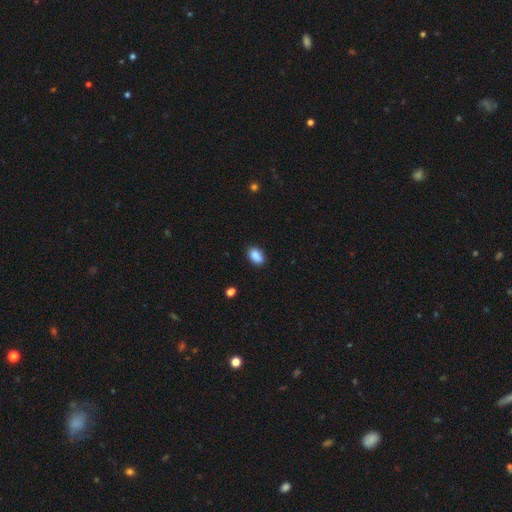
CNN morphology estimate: smooth 88%, star or artifact 8%, featured or disk 4%. Down the decision tree: how rounded — in between (89%); merging — none (84%).